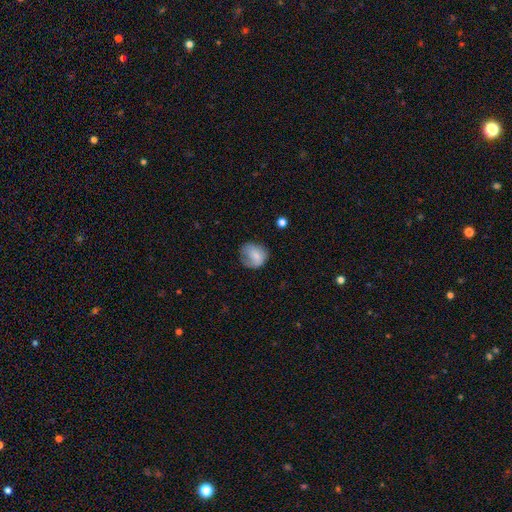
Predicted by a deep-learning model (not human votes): Overall: smooth (76%). How rounded: round (69%; in between 30%). Merging: none (53%; minor disturbance 31%).